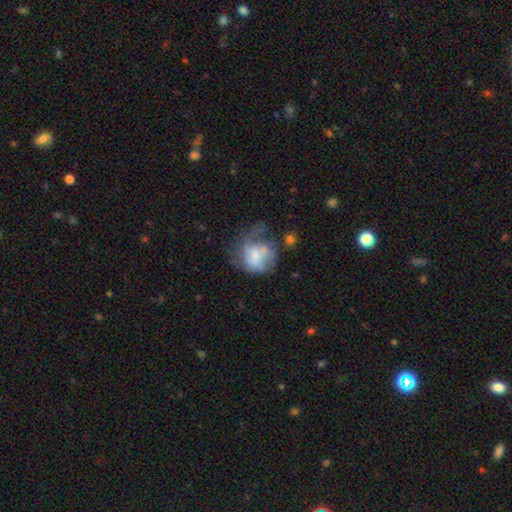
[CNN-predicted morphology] Overall: smooth (47%; featured or disk 44%). Merging: major disturbance (44%; none 25%).